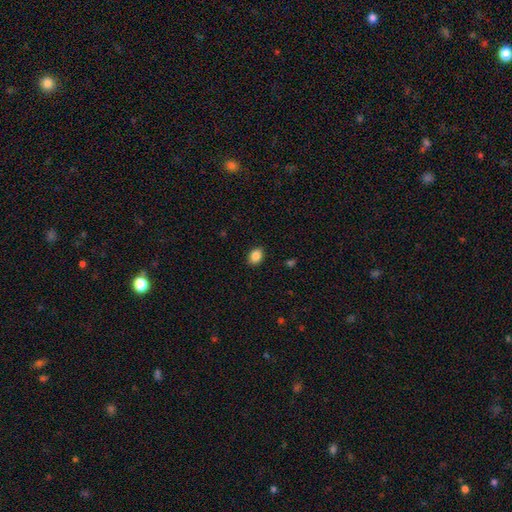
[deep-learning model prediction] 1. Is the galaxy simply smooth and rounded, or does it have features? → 87% smooth, 9% star or artifact, 4% featured or disk.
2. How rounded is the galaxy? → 71% in between, 28% round, 1% cigar-shaped.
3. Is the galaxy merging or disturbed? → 88% none, 9% minor disturbance, 2% major disturbance, 1% merger.